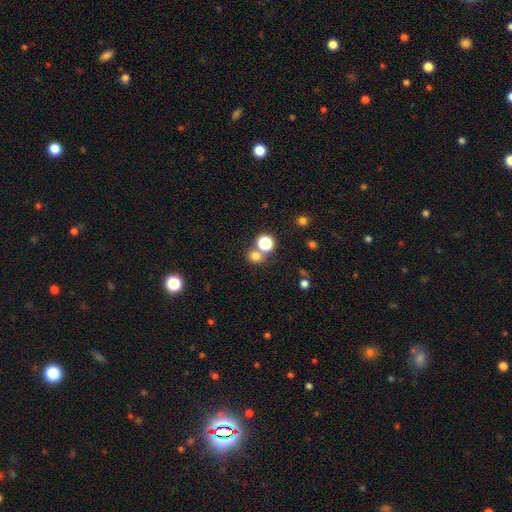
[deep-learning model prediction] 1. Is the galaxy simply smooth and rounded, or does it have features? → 72% smooth, 21% star or artifact, 7% featured or disk.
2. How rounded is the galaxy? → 77% round, 22% in between, 1% cigar-shaped.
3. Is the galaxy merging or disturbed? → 62% none, 26% merger, 8% minor disturbance, 4% major disturbance.